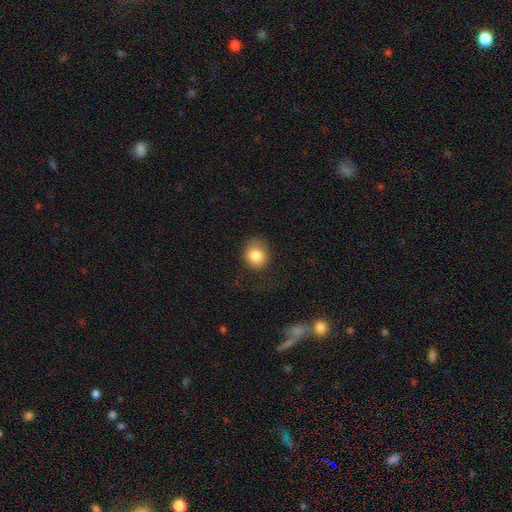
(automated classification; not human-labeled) Q: Smooth or featured?
A: smooth (83%); runner-up: star or artifact (9%)
Q: How rounded?
A: round (69%); runner-up: in between (30%)
Q: Merging?
A: none (68%); runner-up: minor disturbance (21%)